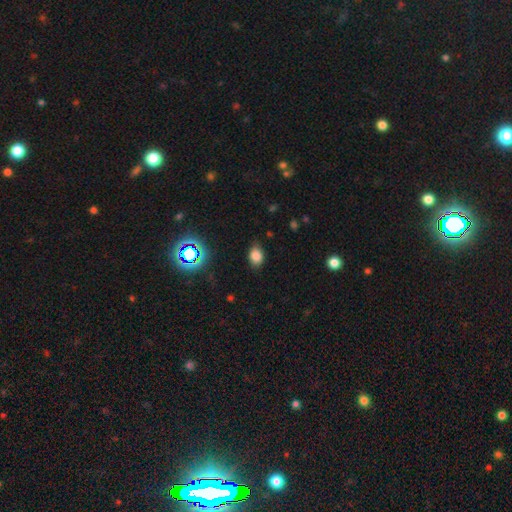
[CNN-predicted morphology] smooth 78%, star or artifact 15%, featured or disk 7%. Down the decision tree: how rounded — in between (75%); merging — none (75%).